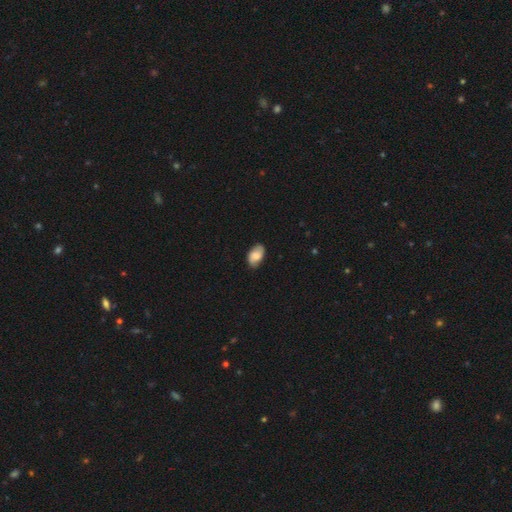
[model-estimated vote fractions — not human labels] This appears to be a smooth galaxy with no disk features (64%) that is in between round and cigar-shaped (91%). Merging: none (77%).